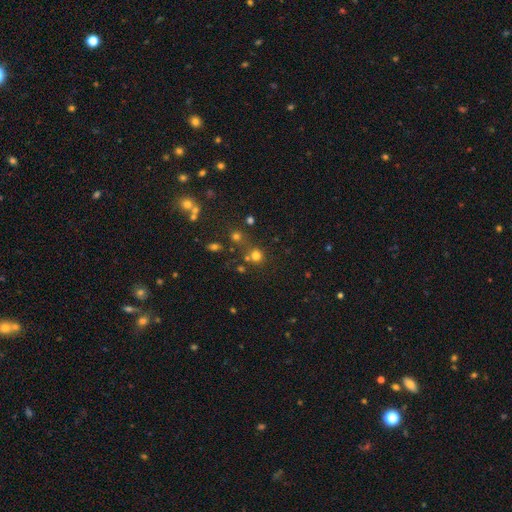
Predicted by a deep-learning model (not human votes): Smooth or featured: smooth — 70% (star or artifact — 22%)
How rounded: round — 88% (in between — 11%)
Merging: none — 64% (merger — 22%)